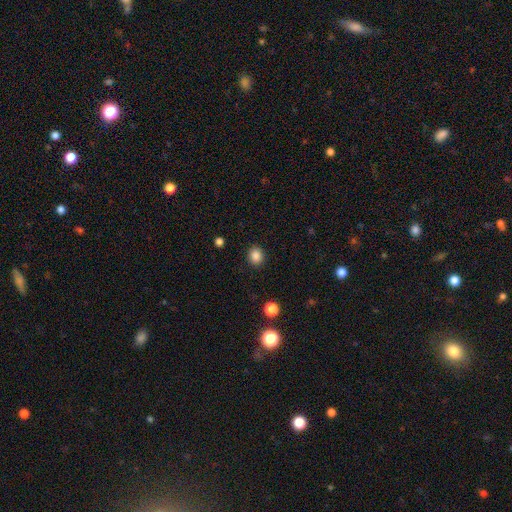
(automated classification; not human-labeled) Smooth or featured?
  - smooth: 86% *
  - star or artifact: 11%
  - featured or disk: 3%
How rounded?
  - round: 72% *
  - in between: 28%
  - cigar-shaped: 1%
Merging?
  - none: 91% *
  - minor disturbance: 6%
  - major disturbance: 2%
  - merger: 1%